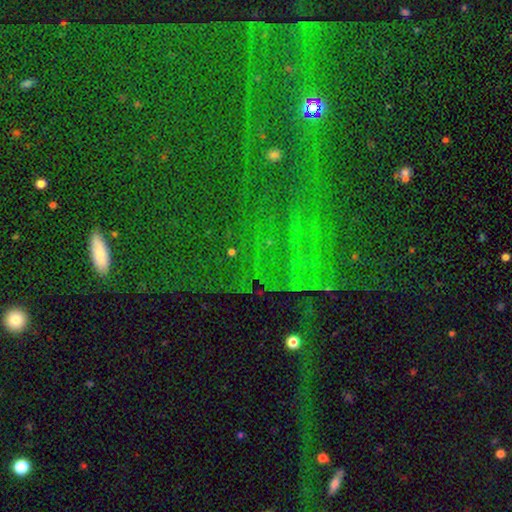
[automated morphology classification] Smooth or featured? Predicted: star or artifact (p=0.75).